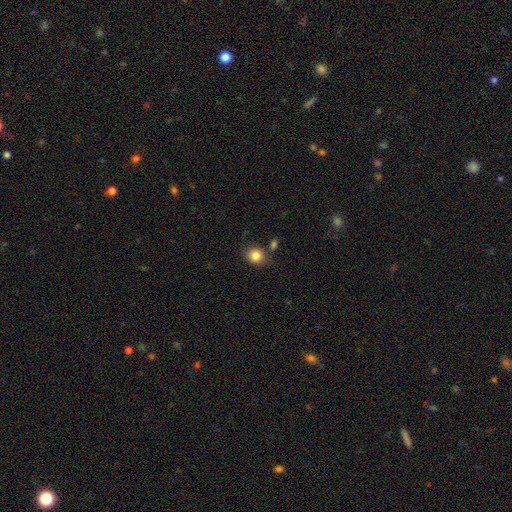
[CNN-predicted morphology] Smooth or featured? Predicted: smooth (p=0.85). How rounded? Predicted: round (p=0.79). Merging? Predicted: none (p=0.76).